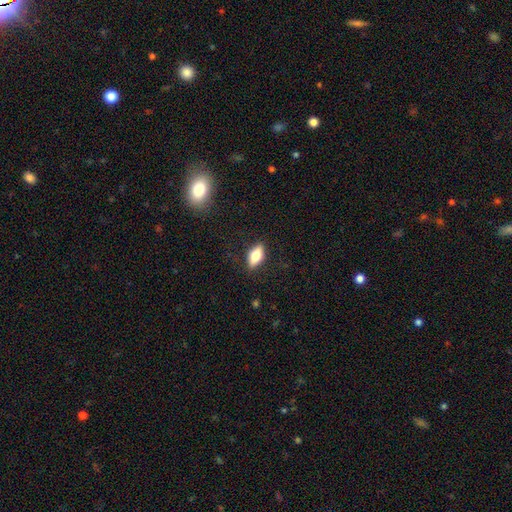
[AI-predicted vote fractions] Morphology: type=smooth (68%); roundness=in between (80%); merging=none (85%).